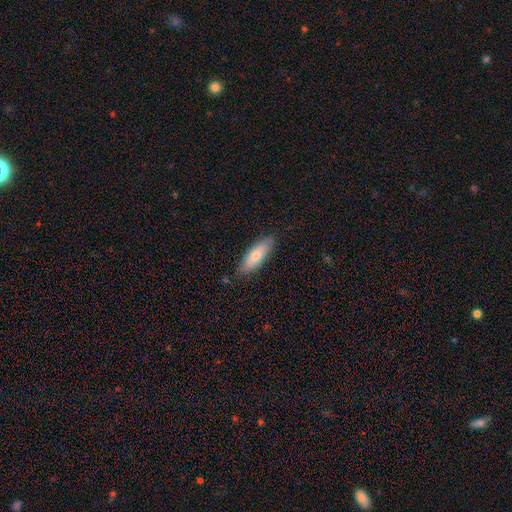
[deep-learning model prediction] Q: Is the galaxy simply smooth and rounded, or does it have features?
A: smooth — 74%.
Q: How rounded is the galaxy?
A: in between — 54%.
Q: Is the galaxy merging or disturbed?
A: none — 83%.